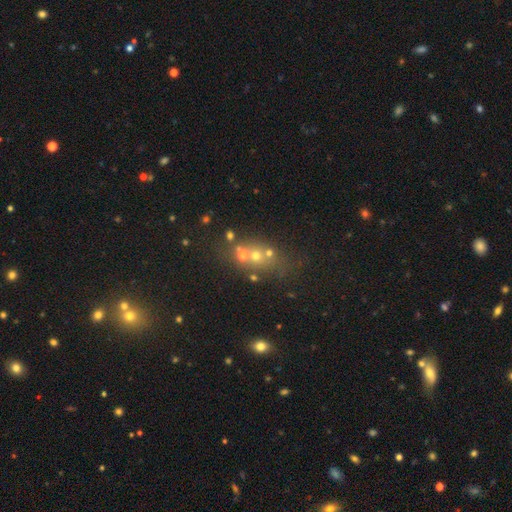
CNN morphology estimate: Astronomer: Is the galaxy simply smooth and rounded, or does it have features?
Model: star or artifact — 44% (runner-up: smooth, 40%).